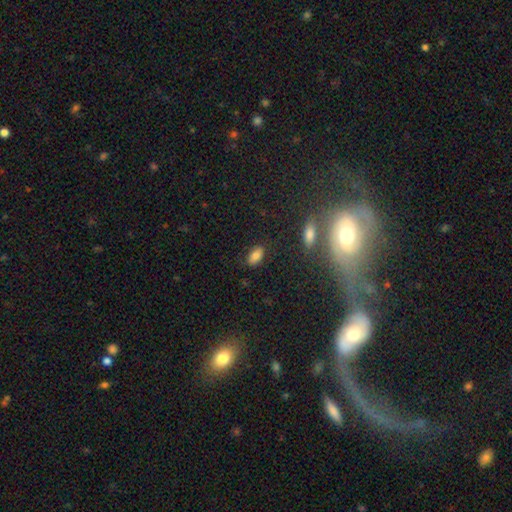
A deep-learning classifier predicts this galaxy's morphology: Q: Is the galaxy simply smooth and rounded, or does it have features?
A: smooth — 81%.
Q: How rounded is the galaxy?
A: in between — 91%.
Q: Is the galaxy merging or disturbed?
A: none — 84%.